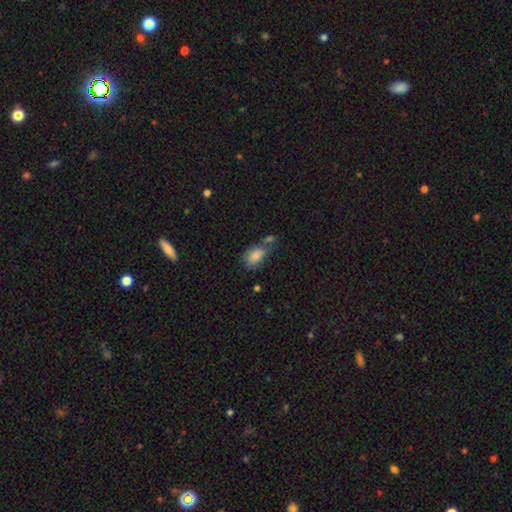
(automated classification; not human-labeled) Smooth or featured?
  - smooth: 84% *
  - star or artifact: 8%
  - featured or disk: 8%
How rounded?
  - in between: 90% *
  - round: 8%
  - cigar-shaped: 2%
Merging?
  - none: 42% *
  - merger: 27%
  - minor disturbance: 21%
  - major disturbance: 9%